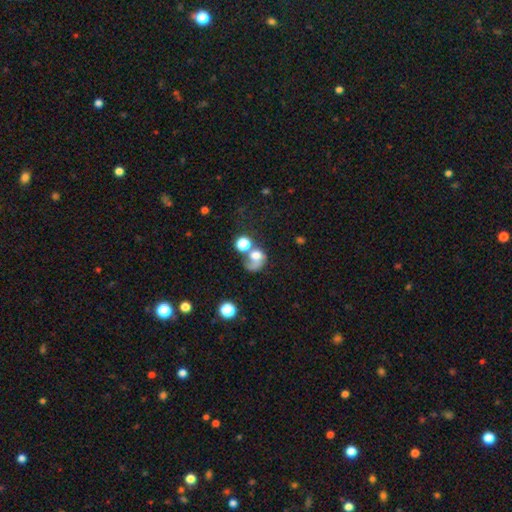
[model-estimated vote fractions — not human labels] This appears to be a smooth galaxy with no disk features (55%) that is round (57%). Merging: merger (36%).